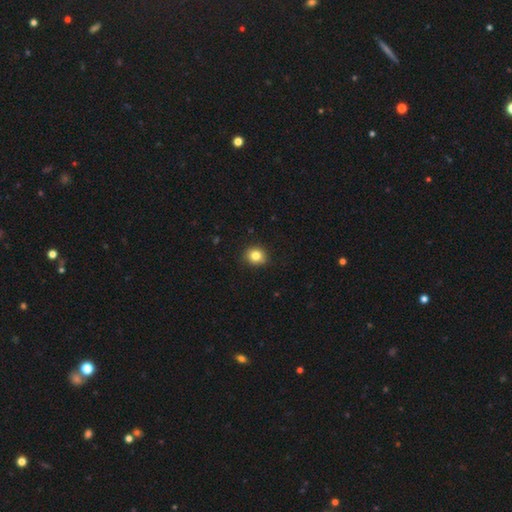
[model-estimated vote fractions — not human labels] The model was most divided on "how rounded": round: 81%, in between: 18%, cigar-shaped: 1%. More confident: merging — none (88%); smooth or featured — smooth (82%).